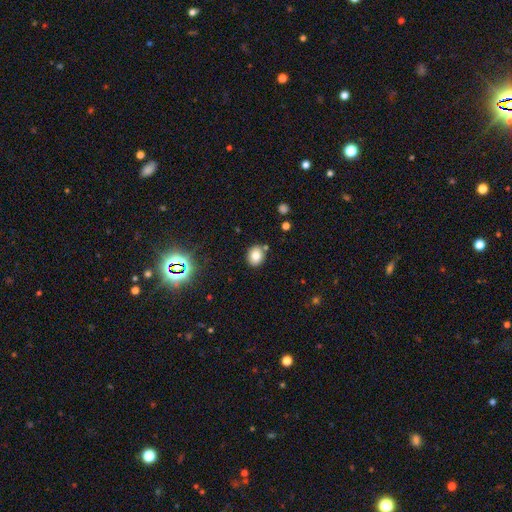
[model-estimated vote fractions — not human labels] A smooth galaxy with no disk features (78%) that is round (60%). Merging: none (81%).